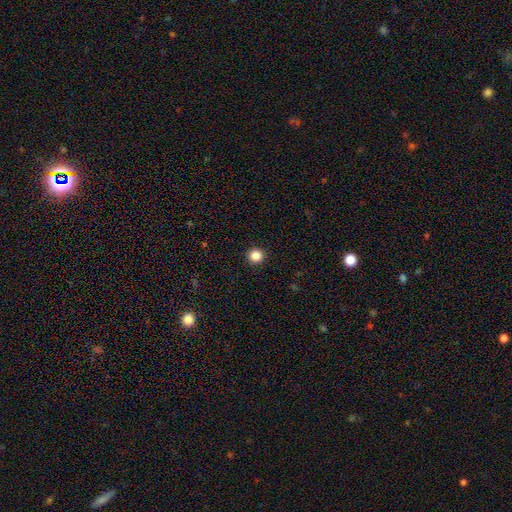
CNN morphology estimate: Smooth or featured: smooth — 86% (star or artifact — 11%)
How rounded: round — 96% (in between — 3%)
Merging: none — 93% (minor disturbance — 4%)